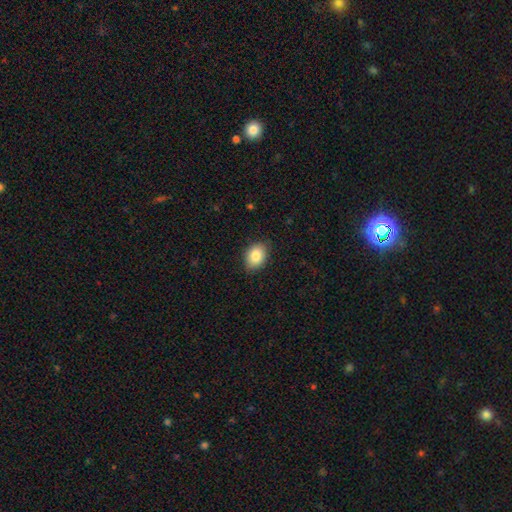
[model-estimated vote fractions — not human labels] Smooth or featured: smooth — 85% (star or artifact — 8%)
How rounded: in between — 76% (round — 23%)
Merging: none — 85% (minor disturbance — 12%)